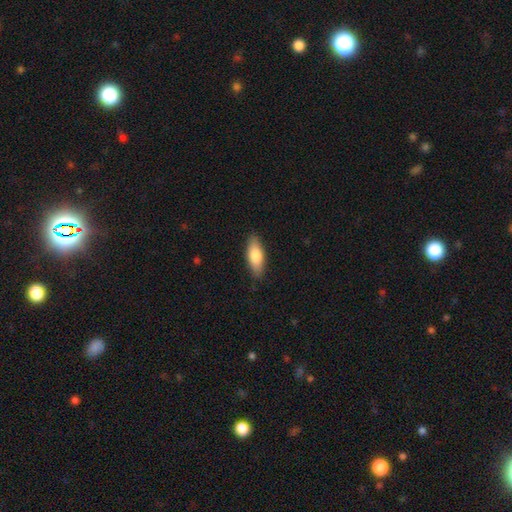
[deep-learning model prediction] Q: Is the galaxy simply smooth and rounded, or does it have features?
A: smooth — 78%.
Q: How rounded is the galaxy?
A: in between — 72%.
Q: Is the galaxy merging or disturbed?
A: none — 86%.